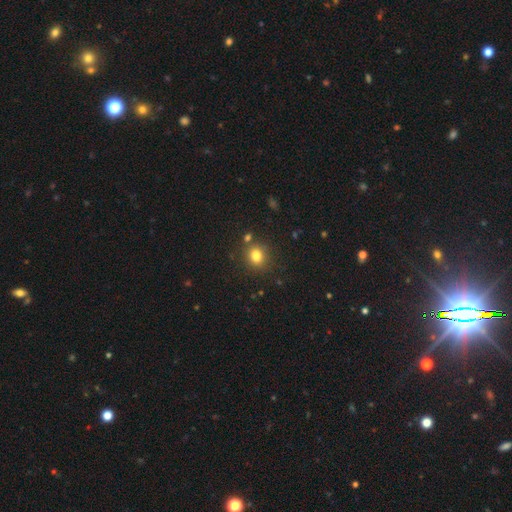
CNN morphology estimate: This appears to be a smooth galaxy with no disk features (80%) that is round (71%). Merging: none (79%).